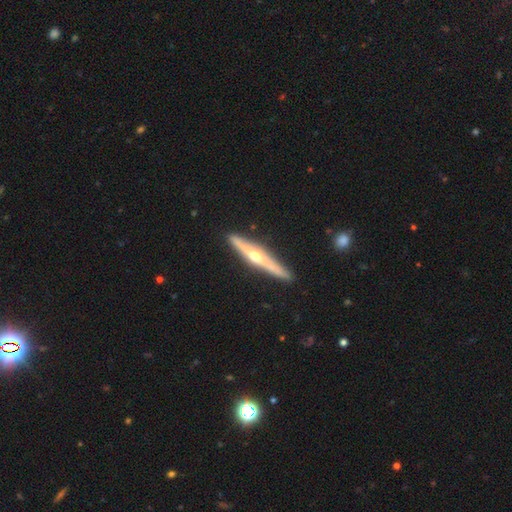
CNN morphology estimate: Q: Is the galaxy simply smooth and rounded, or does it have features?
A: featured or disk — 74%.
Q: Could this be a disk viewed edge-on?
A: yes — 97%.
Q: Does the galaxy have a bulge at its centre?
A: rounded — 91%.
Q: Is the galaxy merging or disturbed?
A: none — 90%.